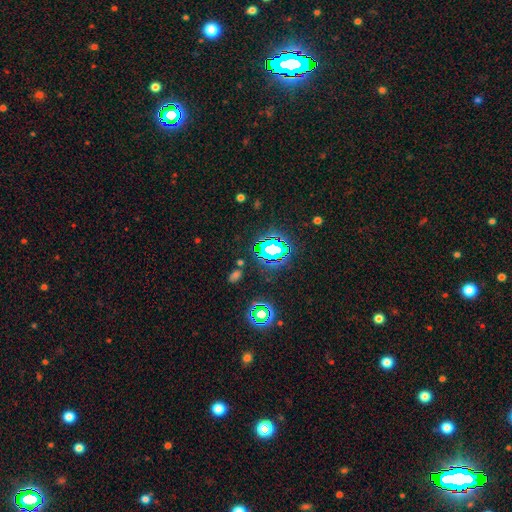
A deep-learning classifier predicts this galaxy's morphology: Overall: star or artifact (79%).